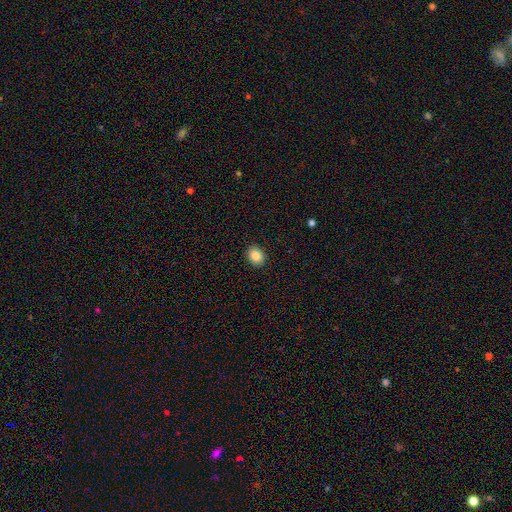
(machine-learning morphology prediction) Overall: smooth (85%). How rounded: round (54%; in between 45%). Merging: none (91%).